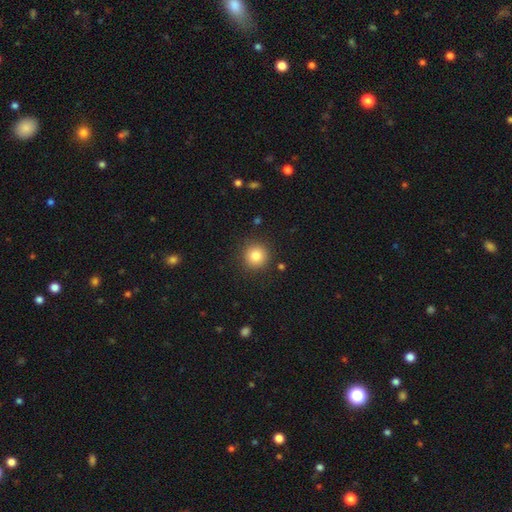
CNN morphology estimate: This appears to be a smooth galaxy with no disk features (83%) that is round (94%). Merging: none (90%).